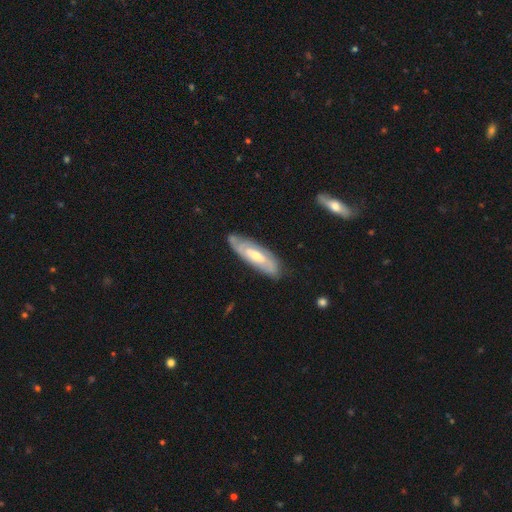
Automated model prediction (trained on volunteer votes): A featured or disk galaxy (73%) with no bar (46%), 2 (42%, tied with can't tell) tight (59%) spiral arms (87%) and a moderate central bulge (52%). Merging: none (77%).